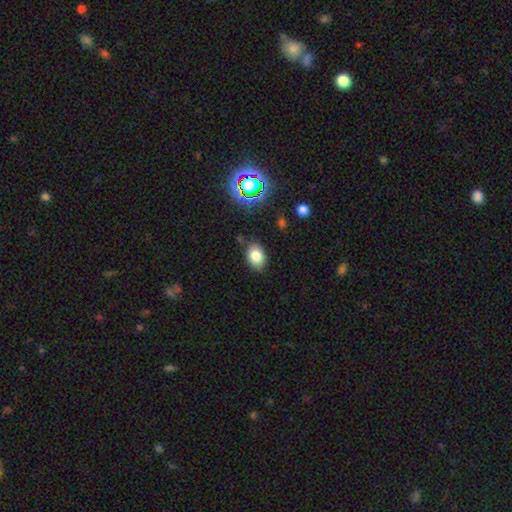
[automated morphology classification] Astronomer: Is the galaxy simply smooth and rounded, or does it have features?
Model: smooth — 79%.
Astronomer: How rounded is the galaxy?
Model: in between — 79%.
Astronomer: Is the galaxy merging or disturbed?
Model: none — 82%.